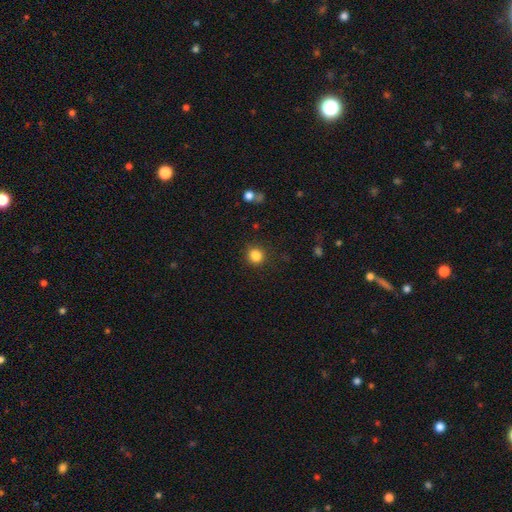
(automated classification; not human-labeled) A smooth galaxy with no disk features (85%) that is round (84%).

Vote fractions:
- Smooth or featured? smooth: 85% / star or artifact: 11% / featured or disk: 4%
- How rounded? round: 84% / in between: 15% / cigar-shaped: 1%
- Merging? none: 87% / minor disturbance: 9% / major disturbance: 3% / merger: 1%